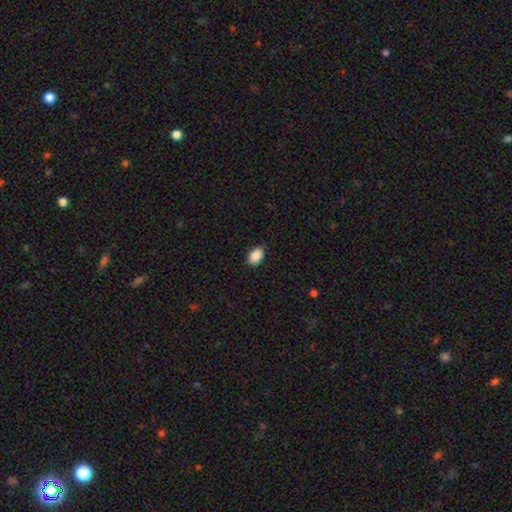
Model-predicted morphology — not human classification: type=smooth (90%); roundness=in between (89%); merging=none (89%).